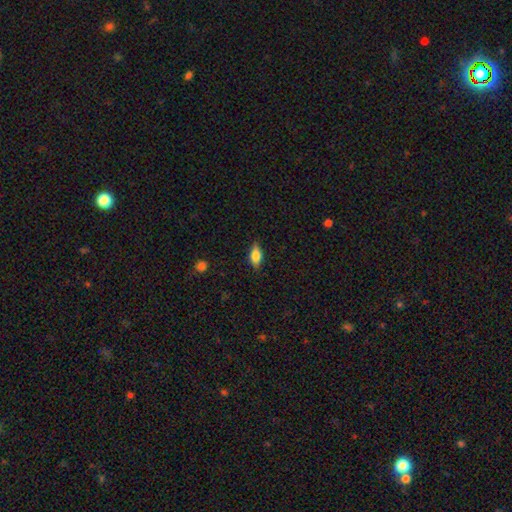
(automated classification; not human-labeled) Smooth or featured?
  - smooth: 71% *
  - featured or disk: 21%
  - star or artifact: 8%
How rounded?
  - in between: 82% *
  - cigar-shaped: 13%
  - round: 5%
Merging?
  - none: 83% *
  - minor disturbance: 13%
  - major disturbance: 3%
  - merger: 1%